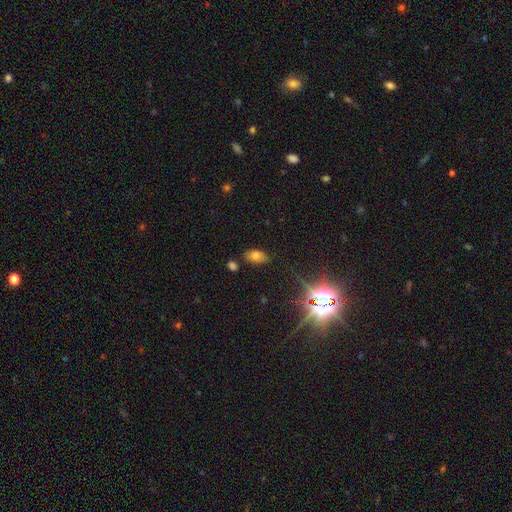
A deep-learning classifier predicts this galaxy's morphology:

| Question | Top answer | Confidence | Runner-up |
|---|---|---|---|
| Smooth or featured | smooth | 71% | star or artifact (17%) |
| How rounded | in between | 91% | round (6%) |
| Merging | none | 78% | minor disturbance (14%) |